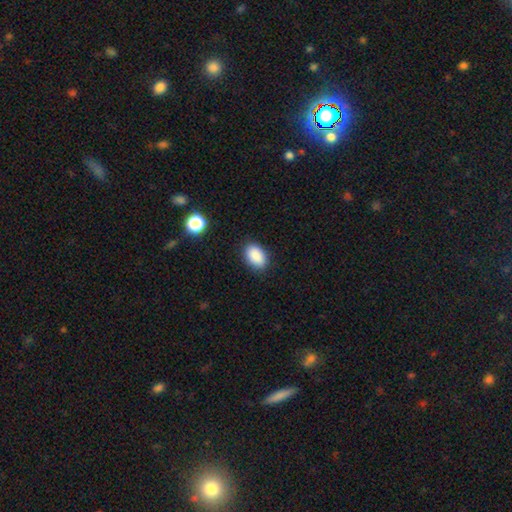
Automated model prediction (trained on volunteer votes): A smooth galaxy with no disk features (89%) that is in between round and cigar-shaped (87%). Merging: none (87%).